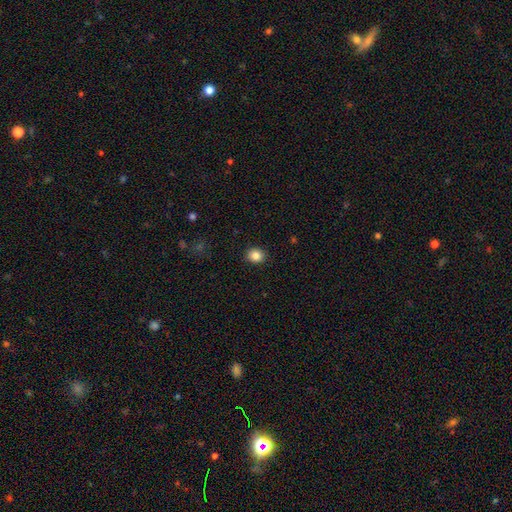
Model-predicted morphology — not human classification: smooth_or_featured: smooth (p=0.85) [alt: star or artifact p=0.10]
how_rounded: round (p=0.72) [alt: in between p=0.27]
merging: none (p=0.91) [alt: minor disturbance p=0.07]